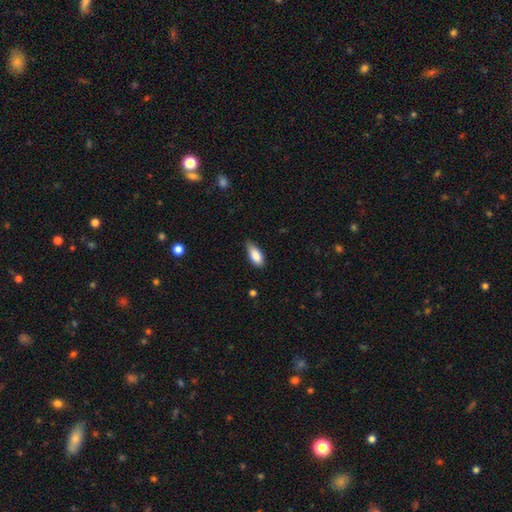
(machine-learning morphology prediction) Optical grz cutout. It shows a smooth galaxy with no disk features (86%) that is in between round and cigar-shaped (84%). Merging: none (63%).